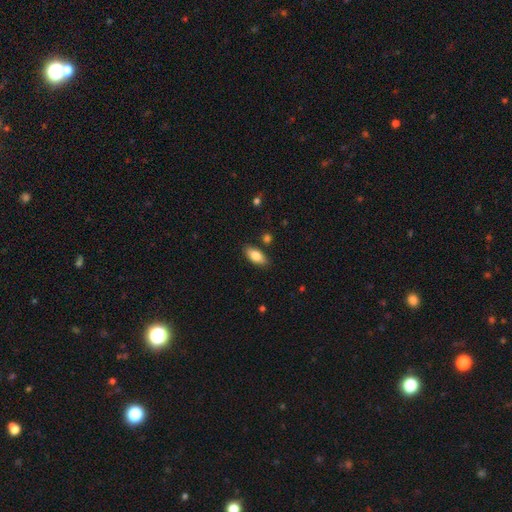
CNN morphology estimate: smooth_or_featured: smooth (p=0.82) [alt: featured or disk p=0.11]
how_rounded: in between (p=0.86) [alt: cigar-shaped p=0.12]
merging: none (p=0.84) [alt: minor disturbance p=0.11]